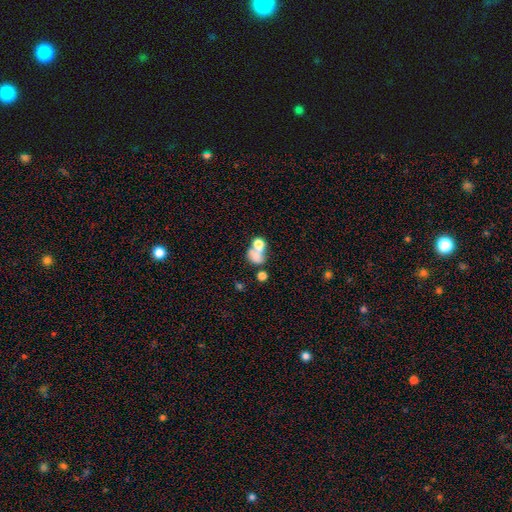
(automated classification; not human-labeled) smooth-or-featured: smooth: 62% | featured or disk: 24% | star or artifact: 14%
  how-rounded: in between: 64% | round: 34% | cigar-shaped: 2%
  merging: merger: 55% | none: 20% | major disturbance: 15% | minor disturbance: 10%